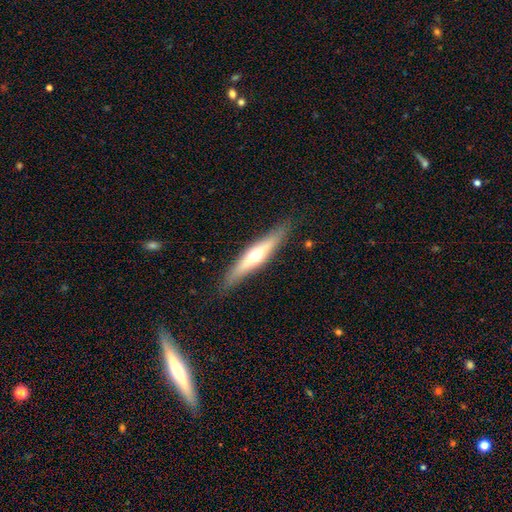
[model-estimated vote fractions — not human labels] Smooth or featured: featured or disk — 57% (smooth — 37%)
Edge-on disk: yes — 92% (no — 8%)
Edge-on bulge: rounded — 89% (none — 7%)
Merging: none — 87% (minor disturbance — 10%)